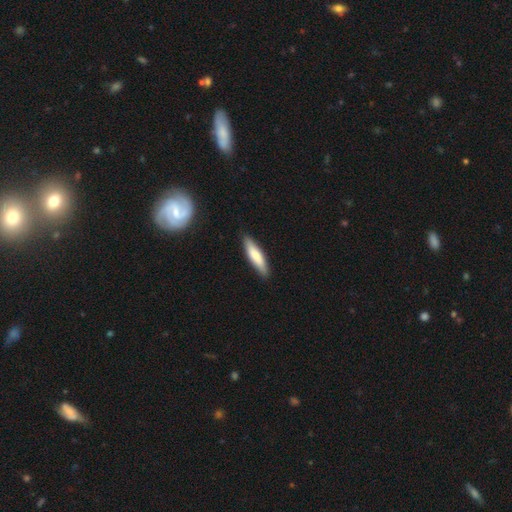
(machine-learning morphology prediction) This is likely a smooth galaxy (73%). How rounded: likely cigar-shaped (77%). Merging: clearly none (87%).